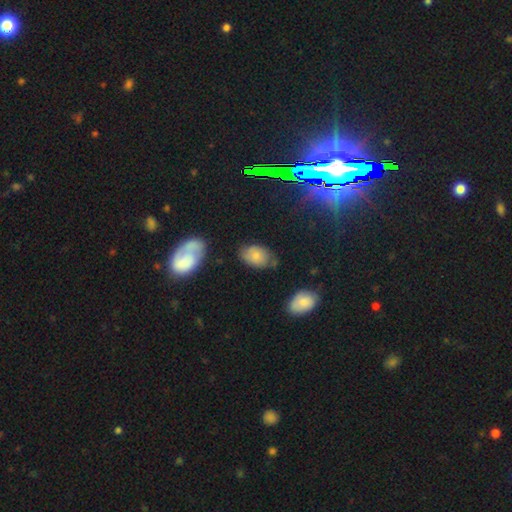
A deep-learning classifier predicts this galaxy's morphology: A smooth galaxy with no disk features (68%) that is in between round and cigar-shaped (87%).

Vote fractions:
- Smooth or featured? smooth: 68% / featured or disk: 22% / star or artifact: 10%
- How rounded? in between: 87% / round: 12% / cigar-shaped: 1%
- Merging? none: 61% / minor disturbance: 26% / major disturbance: 7% / merger: 5%